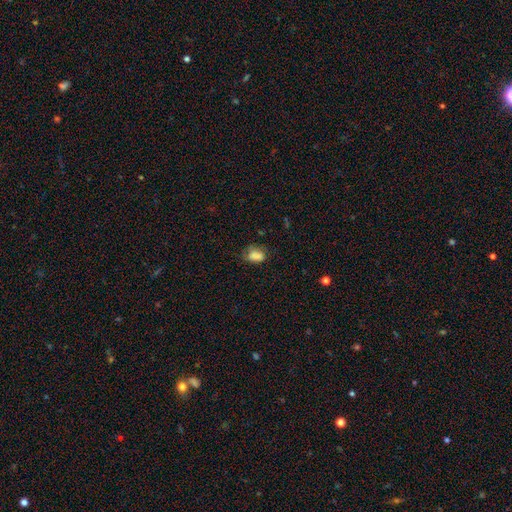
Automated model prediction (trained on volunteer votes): This is clearly a smooth galaxy (82%). How rounded: clearly in between (82%). Merging: possibly none (54%).